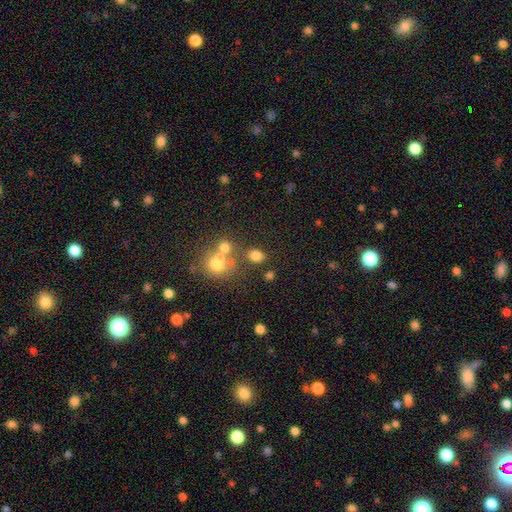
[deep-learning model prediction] Morphology: type=smooth (76%); roundness=in between (54%); merging=none (67%).